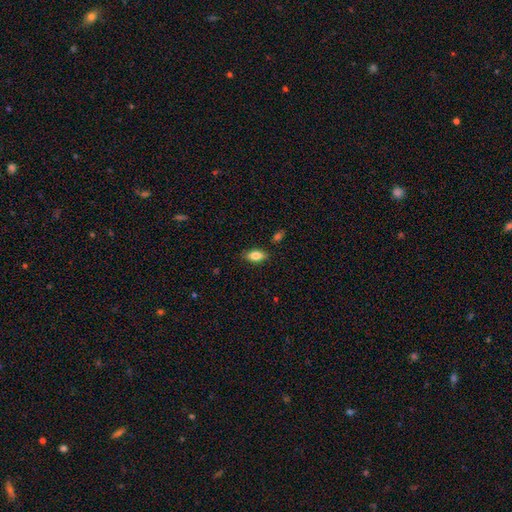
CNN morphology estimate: This is clearly a smooth galaxy (82%). How rounded: clearly in between (88%). Merging: clearly none (84%).